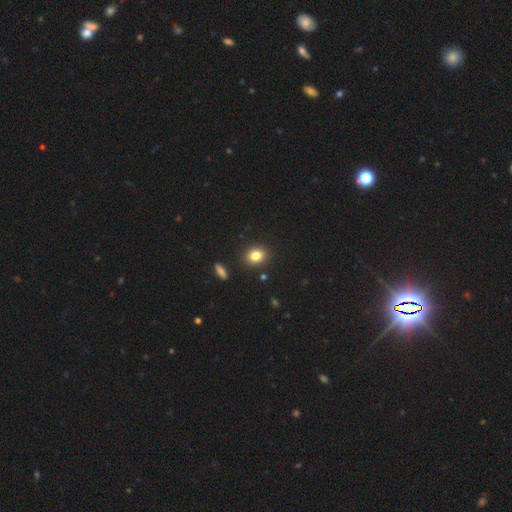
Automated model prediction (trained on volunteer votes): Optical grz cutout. It shows a smooth galaxy with no disk features (82%) that is round (55%). Merging: none (89%).